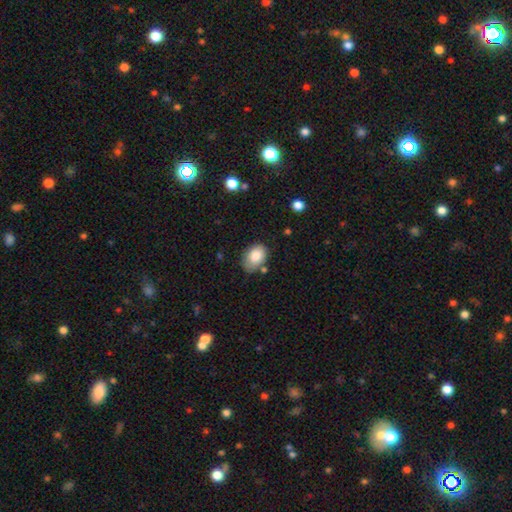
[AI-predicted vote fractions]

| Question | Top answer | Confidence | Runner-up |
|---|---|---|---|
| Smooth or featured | smooth | 82% | featured or disk (11%) |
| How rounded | in between | 82% | round (17%) |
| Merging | none | 67% | minor disturbance (23%) |